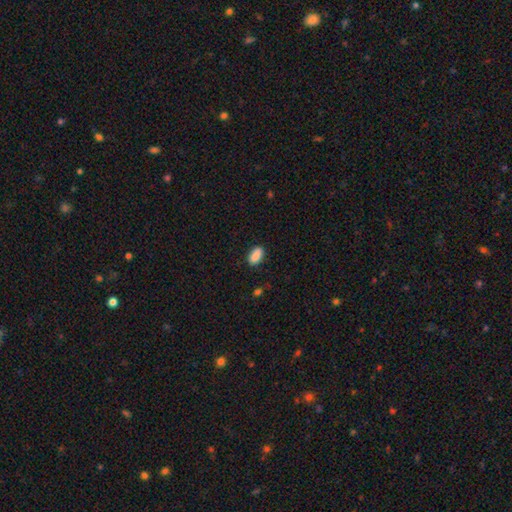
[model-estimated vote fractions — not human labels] Smooth or featured? Predicted: smooth (p=0.88). How rounded? Predicted: in between (p=0.89). Merging? Predicted: none (p=0.83).